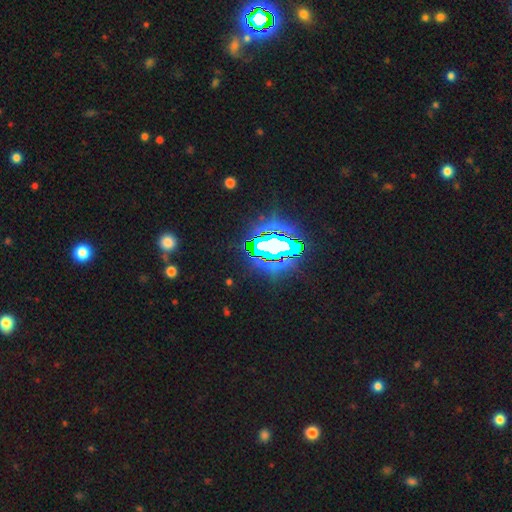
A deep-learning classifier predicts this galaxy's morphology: Smooth or featured? Predicted: star or artifact (p=0.83).